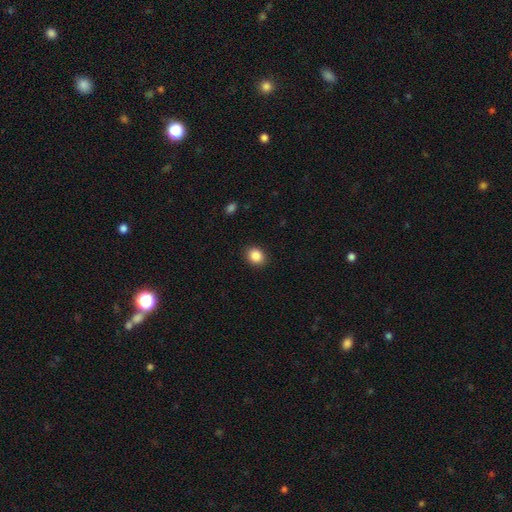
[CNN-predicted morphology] Smooth or featured: smooth — 87% (star or artifact — 9%)
How rounded: round — 57% (in between — 42%)
Merging: none — 90% (minor disturbance — 7%)